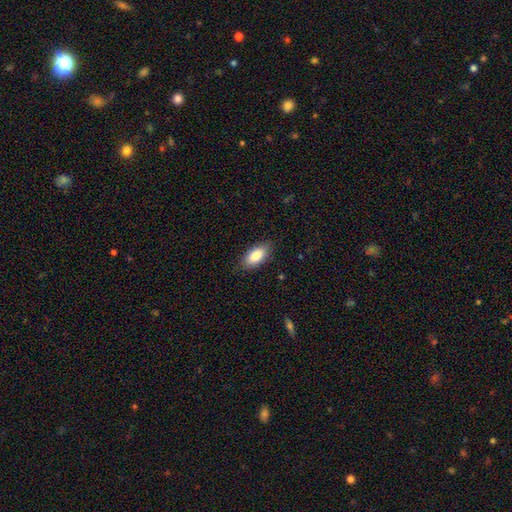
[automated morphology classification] smooth_or_featured: smooth (p=0.86) [alt: featured or disk p=0.08]
how_rounded: in between (p=0.91) [alt: cigar-shaped p=0.06]
merging: none (p=0.84) [alt: minor disturbance p=0.13]